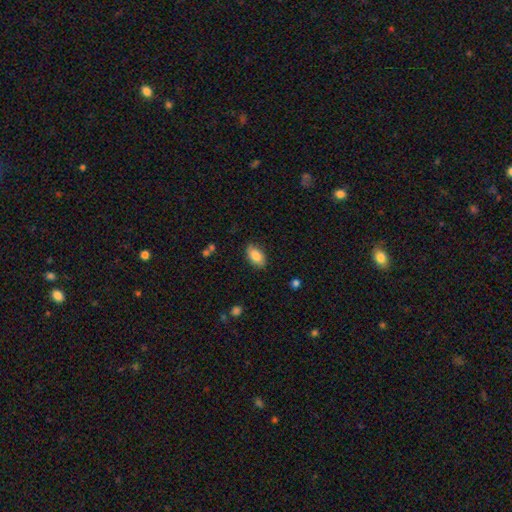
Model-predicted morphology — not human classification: Smooth or featured? Predicted: smooth (p=0.85). How rounded? Predicted: in between (p=0.93). Merging? Predicted: none (p=0.84).